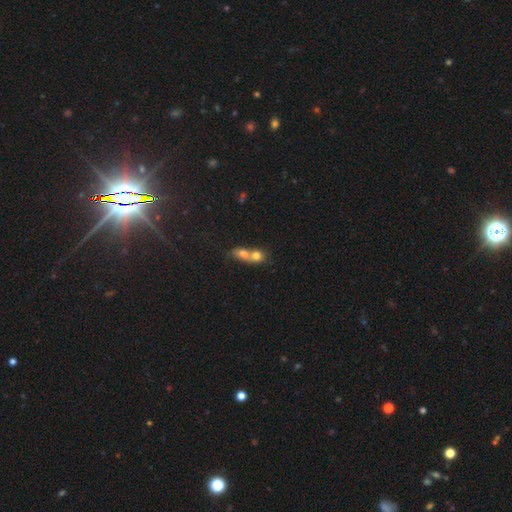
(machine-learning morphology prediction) This appears to be a smooth galaxy with no disk features (72%) that is round (54%). Merging: merger (77%).